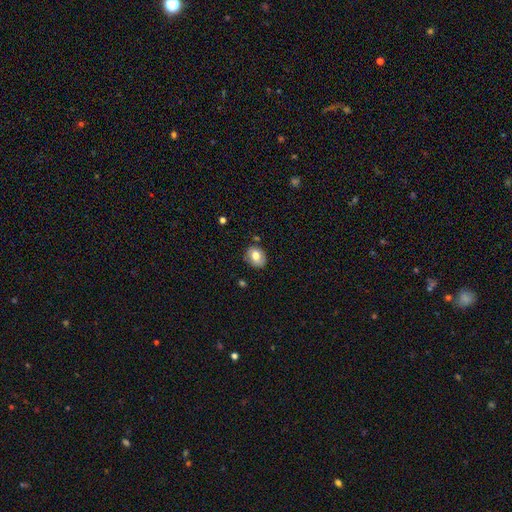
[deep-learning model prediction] Q: Smooth or featured?
A: smooth (72%); runner-up: featured or disk (20%)
Q: How rounded?
A: round (54%); runner-up: in between (45%)
Q: Merging?
A: none (76%); runner-up: minor disturbance (17%)